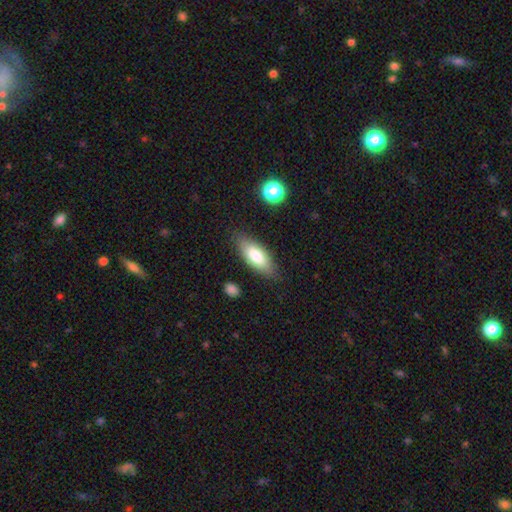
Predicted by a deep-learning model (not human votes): Smooth or featured?
  - smooth: 79% *
  - featured or disk: 14%
  - star or artifact: 7%
How rounded?
  - in between: 76% *
  - cigar-shaped: 22%
  - round: 2%
Merging?
  - none: 82% *
  - minor disturbance: 13%
  - major disturbance: 3%
  - merger: 2%